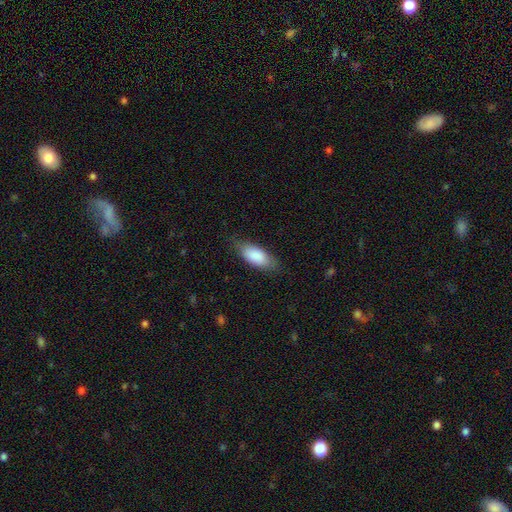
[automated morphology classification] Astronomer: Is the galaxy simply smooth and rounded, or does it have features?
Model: smooth — 86%.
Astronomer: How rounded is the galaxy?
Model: in between — 85%.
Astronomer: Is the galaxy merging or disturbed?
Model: none — 76%.